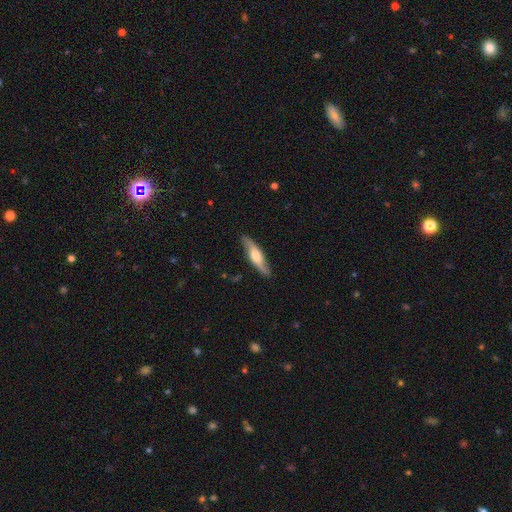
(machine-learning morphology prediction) smooth-or-featured: featured or disk: 58% | smooth: 37% | star or artifact: 5%
  disk-edge-on: yes: 69% | no: 31%
  merging: none: 86% | minor disturbance: 11% | major disturbance: 2% | merger: 1%